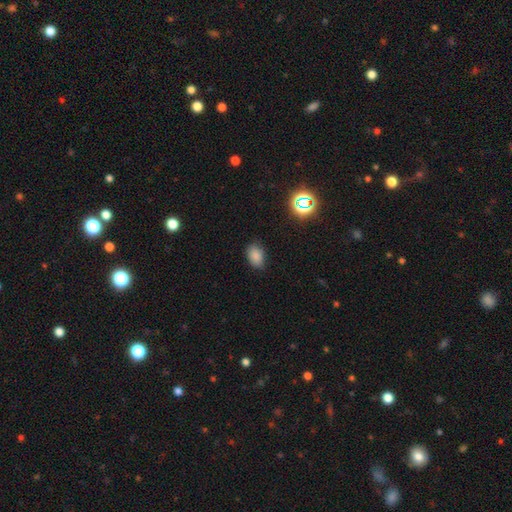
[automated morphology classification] smooth_or_featured: smooth (p=0.83) [alt: star or artifact p=0.12]
how_rounded: in between (p=0.85) [alt: round p=0.13]
merging: none (p=0.79) [alt: minor disturbance p=0.17]